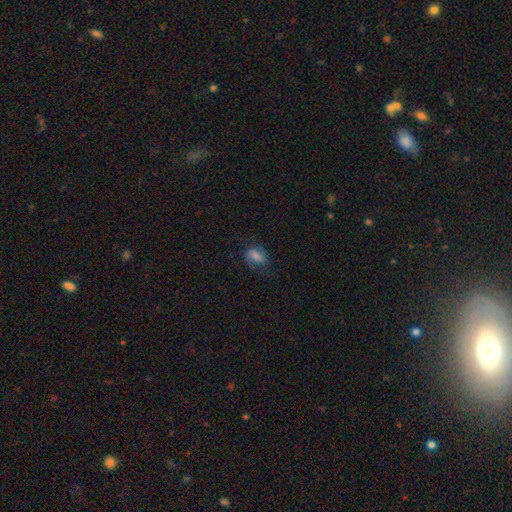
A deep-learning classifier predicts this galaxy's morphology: This appears to be a smooth galaxy with no disk features (54%) that is in between round and cigar-shaped (78%). Merging: none (67%).